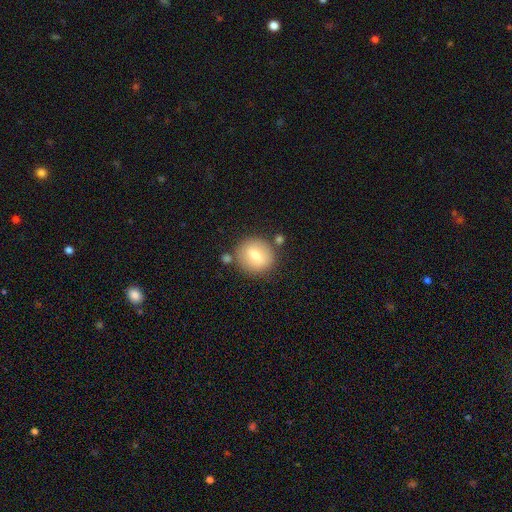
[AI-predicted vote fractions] Smooth or featured? smooth (72%)
How rounded? round (84%)
Merging? none (78%)